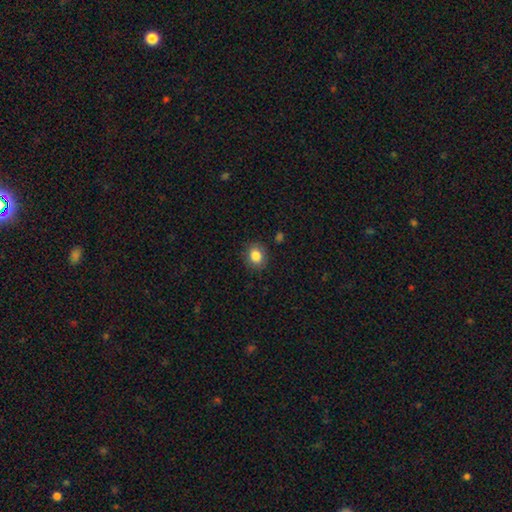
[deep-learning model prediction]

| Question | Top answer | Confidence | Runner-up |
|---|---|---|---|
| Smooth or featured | smooth | 85% | star or artifact (9%) |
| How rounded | round | 60% | in between (39%) |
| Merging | none | 86% | minor disturbance (10%) |